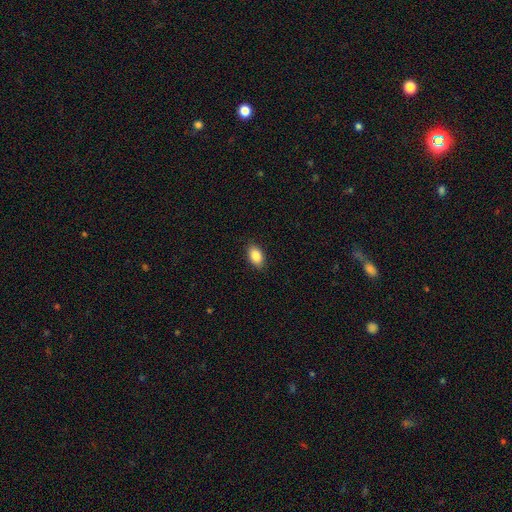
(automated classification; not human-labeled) This is clearly a smooth galaxy (87%). How rounded: clearly in between (91%). Merging: clearly none (88%).